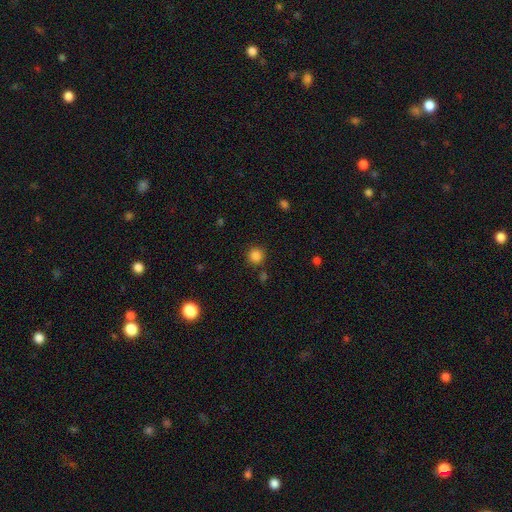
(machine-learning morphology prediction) Smooth or featured? smooth (85%)
How rounded? round (94%)
Merging? none (86%)